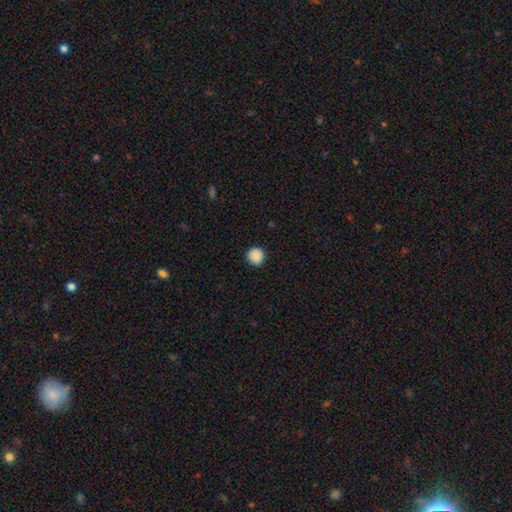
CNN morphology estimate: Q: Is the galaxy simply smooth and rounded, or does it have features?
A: smooth — 89%.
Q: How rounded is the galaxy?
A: round — 94%.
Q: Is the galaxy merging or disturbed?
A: none — 91%.